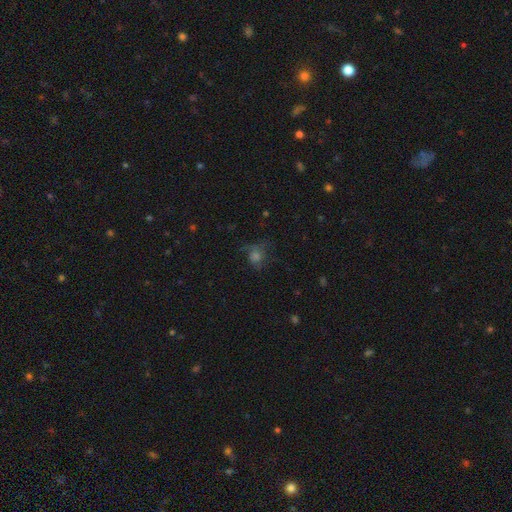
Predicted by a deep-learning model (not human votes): smooth-or-featured: smooth: 50% | star or artifact: 27% | featured or disk: 23%
  merging: none: 53% | major disturbance: 24% | minor disturbance: 21% | merger: 2%